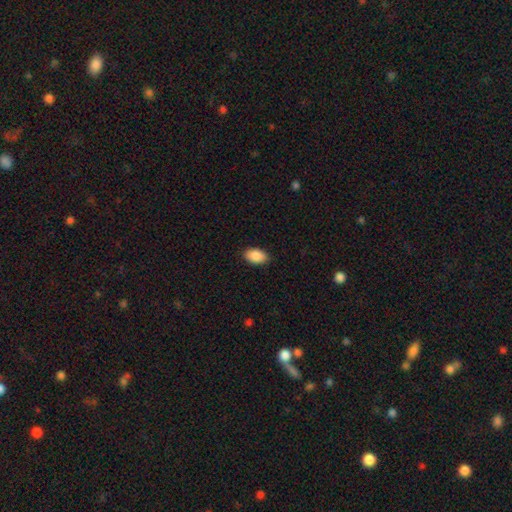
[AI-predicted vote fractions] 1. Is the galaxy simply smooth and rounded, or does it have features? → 90% smooth, 7% star or artifact, 3% featured or disk.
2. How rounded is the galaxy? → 91% in between, 7% round, 1% cigar-shaped.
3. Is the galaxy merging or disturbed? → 88% none, 9% minor disturbance, 2% major disturbance, 1% merger.